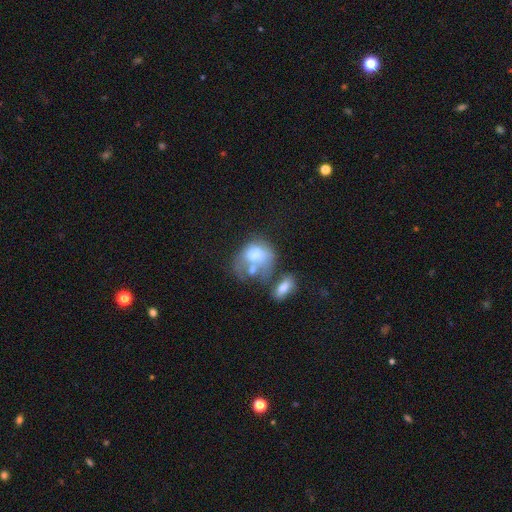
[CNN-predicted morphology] Overall: smooth (57%; featured or disk 34%). How rounded: in between (59%; round 40%). Merging: merger (44%; major disturbance 28%).